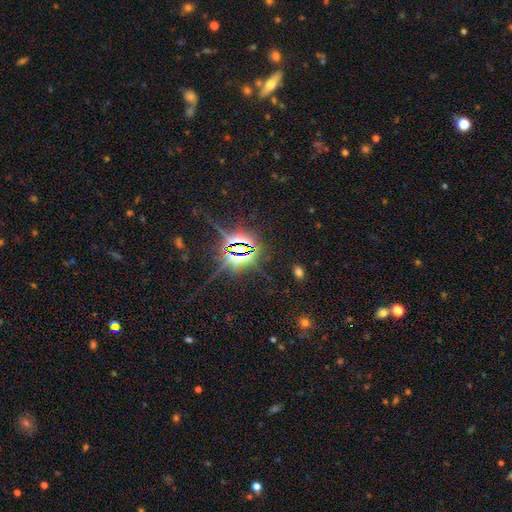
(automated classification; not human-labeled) Q: Smooth or featured?
A: star or artifact (83%); runner-up: smooth (10%)